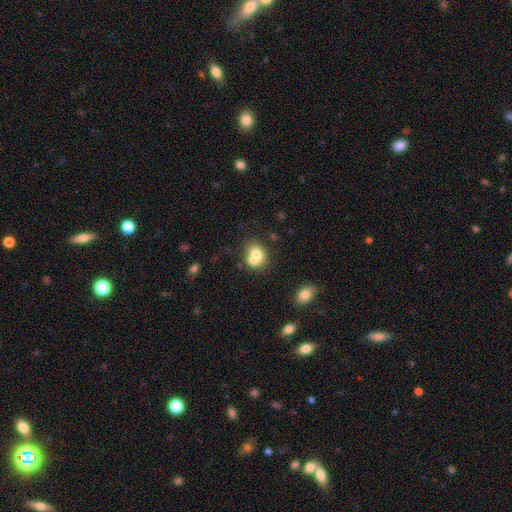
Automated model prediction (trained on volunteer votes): This is likely a smooth galaxy (71%). How rounded: possibly round (57%). Merging: possibly merger (58%).